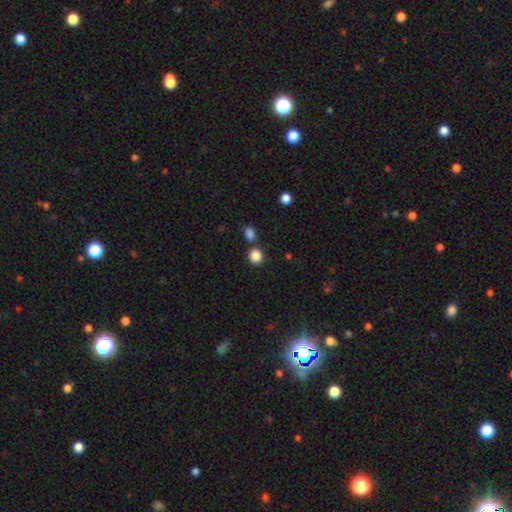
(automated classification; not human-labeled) Q: Smooth or featured?
A: smooth (86%); runner-up: star or artifact (10%)
Q: How rounded?
A: round (80%); runner-up: in between (19%)
Q: Merging?
A: none (74%); runner-up: merger (14%)